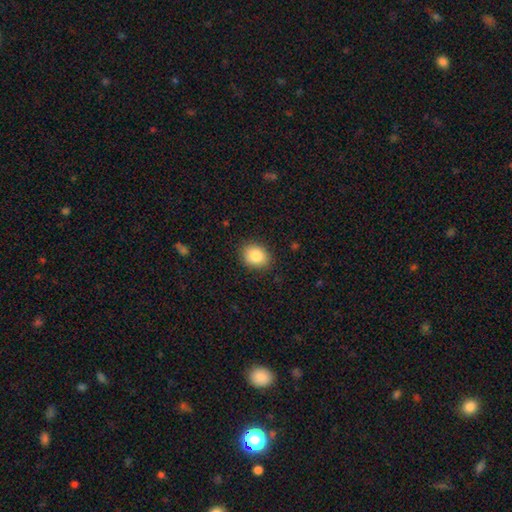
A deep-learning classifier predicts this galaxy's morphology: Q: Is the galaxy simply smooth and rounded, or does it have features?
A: smooth — 85%.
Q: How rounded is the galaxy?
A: in between — 50%.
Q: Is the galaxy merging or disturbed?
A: none — 87%.